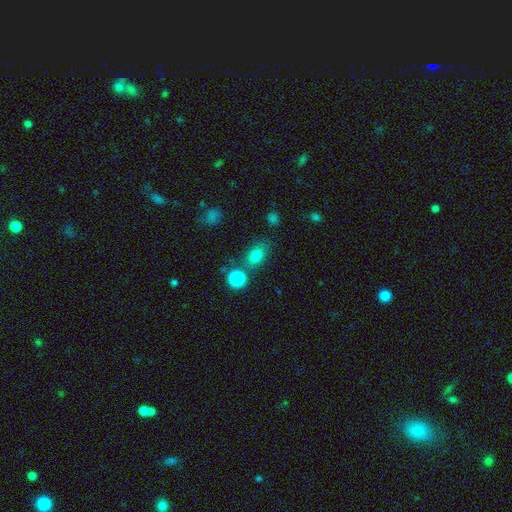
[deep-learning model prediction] A smooth galaxy with no disk features (79%) that is in between round and cigar-shaped (74%).

Vote fractions:
- Smooth or featured? smooth: 79% / star or artifact: 13% / featured or disk: 7%
- How rounded? in between: 74% / round: 24% / cigar-shaped: 2%
- Merging? none: 70% / minor disturbance: 15% / merger: 10% / major disturbance: 5%